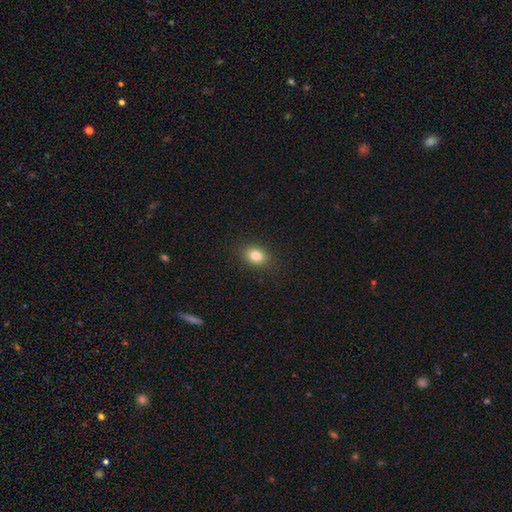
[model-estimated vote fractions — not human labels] This appears to be a smooth galaxy with no disk features (82%) that is in between round and cigar-shaped (68%). Merging: none (88%).